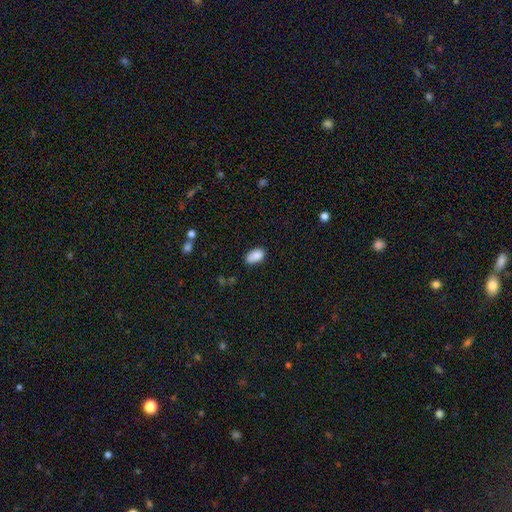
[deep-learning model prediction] Smooth or featured?
  - smooth: 88% *
  - star or artifact: 8%
  - featured or disk: 5%
How rounded?
  - in between: 93% *
  - round: 5%
  - cigar-shaped: 2%
Merging?
  - none: 74% *
  - minor disturbance: 20%
  - major disturbance: 4%
  - merger: 2%